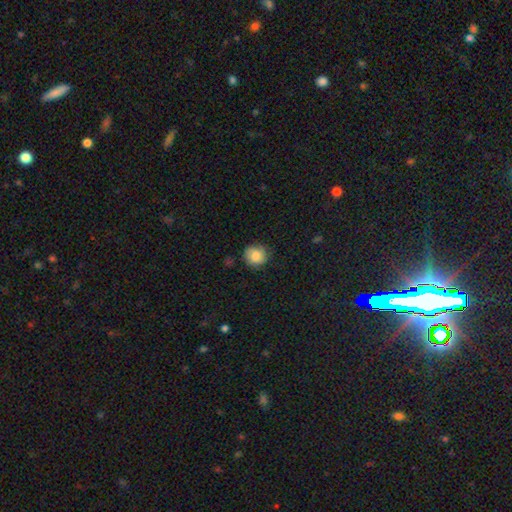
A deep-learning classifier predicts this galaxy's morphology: smooth_or_featured: smooth (p=0.73) [alt: featured or disk p=0.18]
how_rounded: round (p=0.86) [alt: in between p=0.13]
merging: none (p=0.77) [alt: minor disturbance p=0.17]